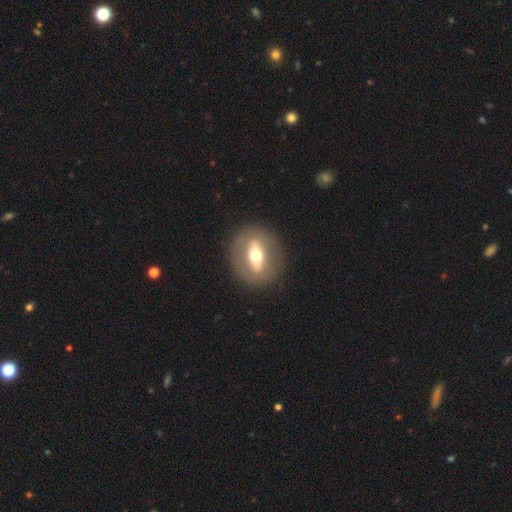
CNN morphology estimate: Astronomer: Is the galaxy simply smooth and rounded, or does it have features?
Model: featured or disk — 57% (runner-up: smooth, 36%).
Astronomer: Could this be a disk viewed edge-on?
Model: no — 73%.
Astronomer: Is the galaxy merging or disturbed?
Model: none — 85%.